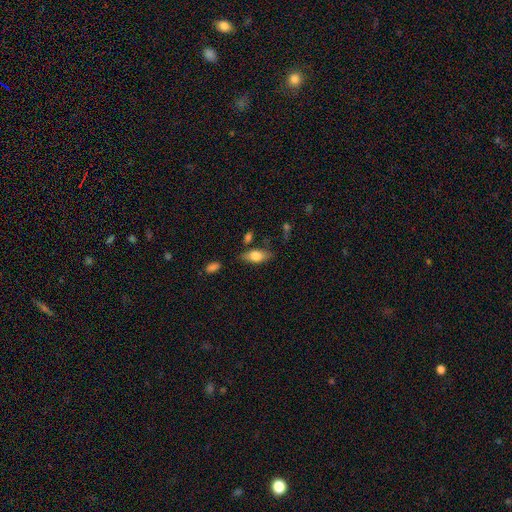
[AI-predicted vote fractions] The model was most divided on "smooth or featured": smooth: 68%, featured or disk: 25%, star or artifact: 7%. More confident: how rounded — in between (82%); merging — none (69%).